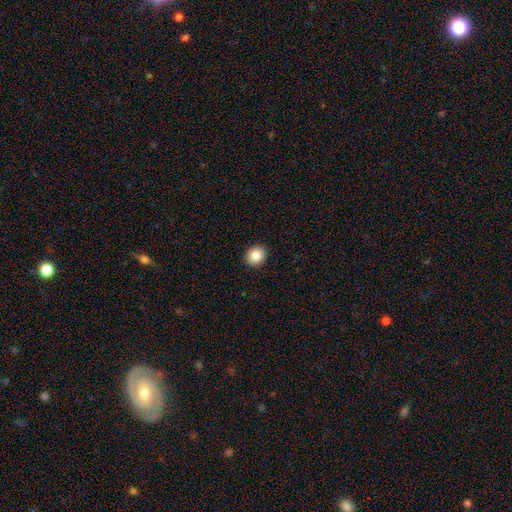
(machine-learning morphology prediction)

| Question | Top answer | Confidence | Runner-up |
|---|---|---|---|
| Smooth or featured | smooth | 85% | star or artifact (9%) |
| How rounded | round | 71% | in between (29%) |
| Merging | none | 92% | minor disturbance (5%) |